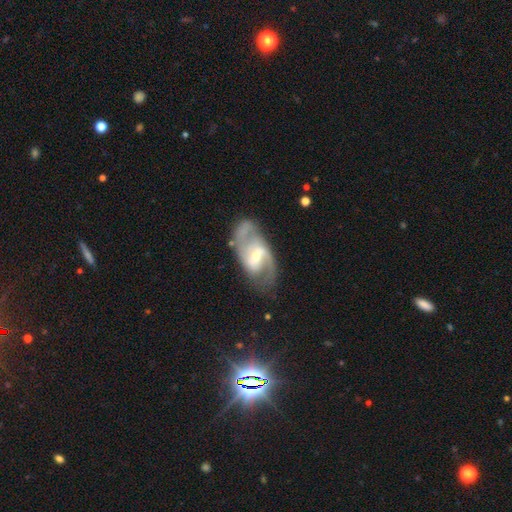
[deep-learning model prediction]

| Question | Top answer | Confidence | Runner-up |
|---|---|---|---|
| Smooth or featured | featured or disk | 86% | smooth (9%) |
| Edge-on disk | no | 96% | yes (4%) |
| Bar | weak | 51% | strong (32%) |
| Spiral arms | yes | 95% | no (5%) |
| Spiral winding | medium | 52% | loose (32%) |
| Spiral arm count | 2 | 85% | can't tell (6%) |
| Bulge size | small | 54% | moderate (40%) |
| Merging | none | 70% | minor disturbance (17%) |